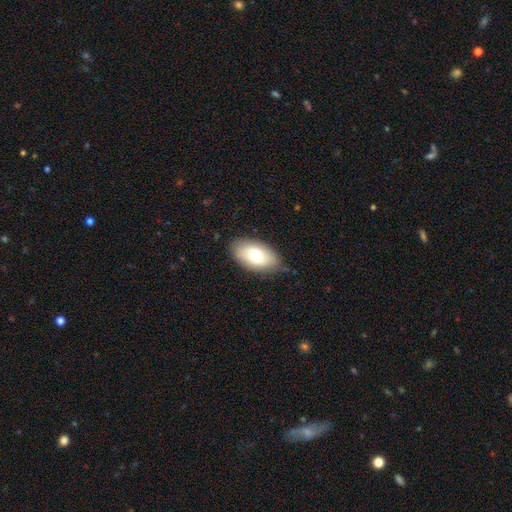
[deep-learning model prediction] The model was most divided on "smooth or featured": smooth: 74%, featured or disk: 19%, star or artifact: 7%. More confident: how rounded — in between (94%); merging — none (81%).